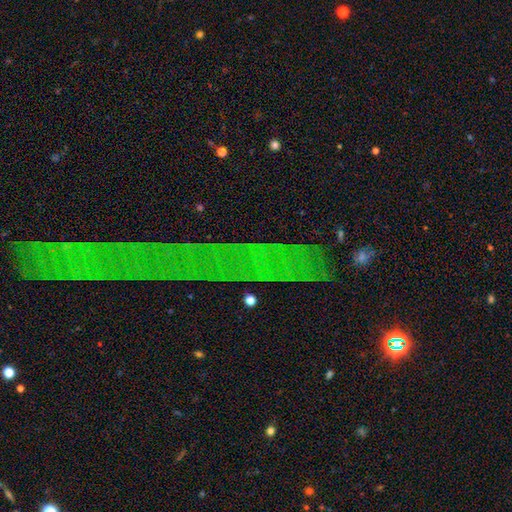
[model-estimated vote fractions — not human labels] Smooth or featured? star or artifact (79%)